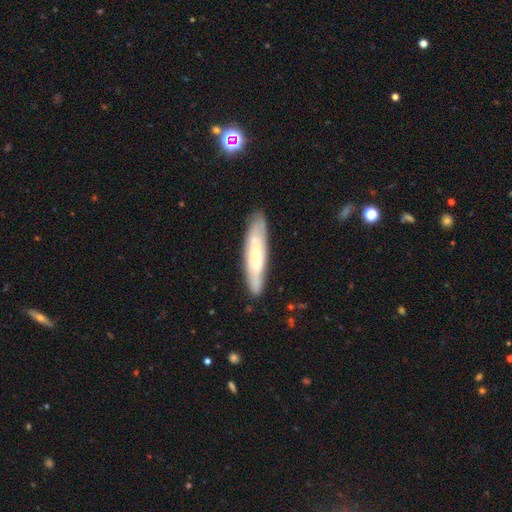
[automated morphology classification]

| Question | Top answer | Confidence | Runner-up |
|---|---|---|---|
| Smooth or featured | featured or disk | 49% | smooth (44%) |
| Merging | none | 85% | minor disturbance (12%) |